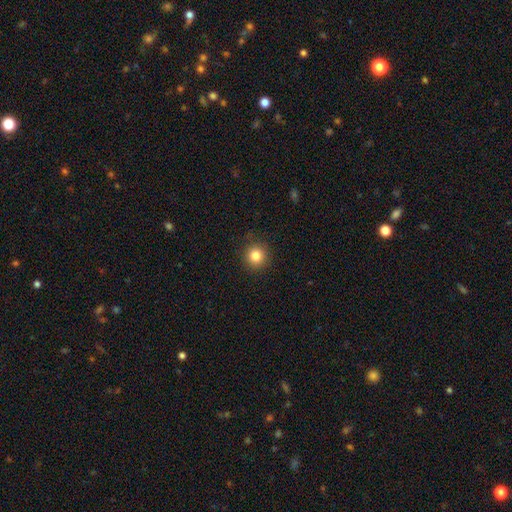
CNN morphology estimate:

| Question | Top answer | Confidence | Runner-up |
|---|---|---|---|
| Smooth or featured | smooth | 84% | star or artifact (11%) |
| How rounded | round | 94% | in between (5%) |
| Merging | none | 91% | minor disturbance (6%) |